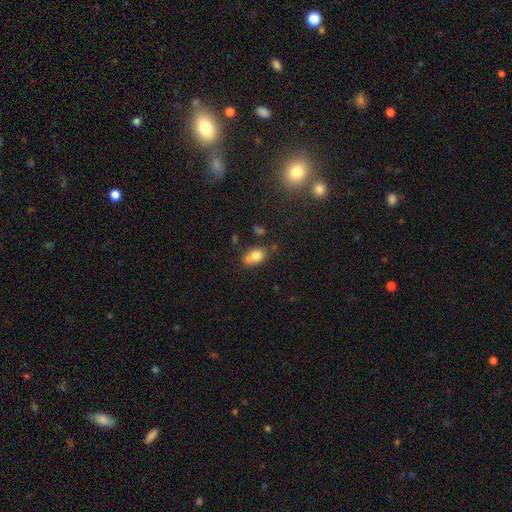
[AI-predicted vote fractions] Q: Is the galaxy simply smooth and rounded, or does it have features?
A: smooth — 76%.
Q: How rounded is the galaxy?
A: in between — 75%.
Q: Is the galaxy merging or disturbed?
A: none — 52%.